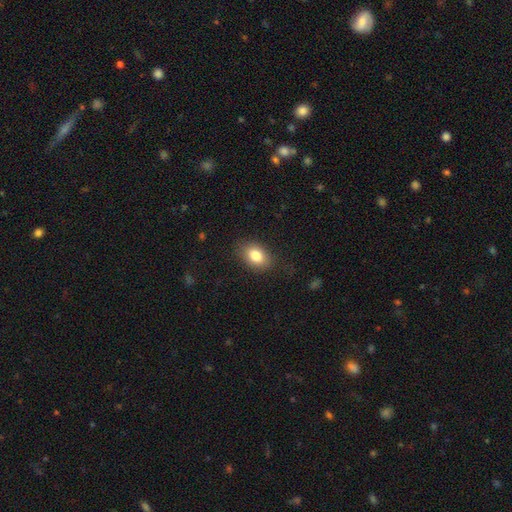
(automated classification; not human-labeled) The model was most divided on "how rounded": in between: 82%, round: 17%, cigar-shaped: 1%. More confident: merging — none (83%); smooth or featured — smooth (82%).